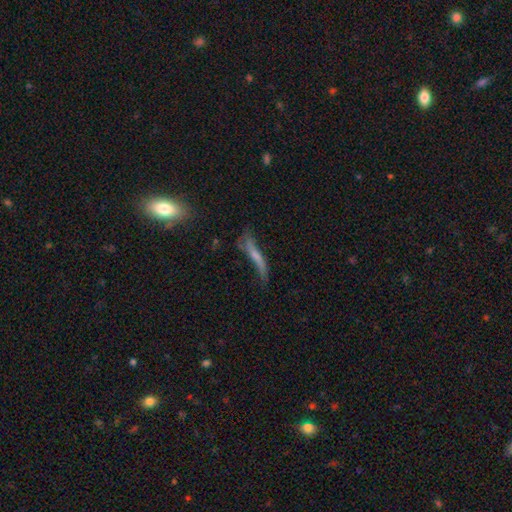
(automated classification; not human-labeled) smooth_or_featured: smooth (p=0.48) [alt: featured or disk p=0.42]
merging: none (p=0.41) [alt: minor disturbance p=0.28]